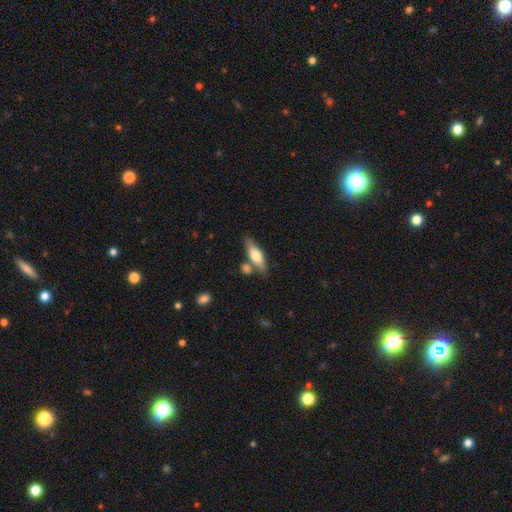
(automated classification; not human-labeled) Q: Smooth or featured?
A: smooth (60%); runner-up: featured or disk (34%)
Q: How rounded?
A: cigar-shaped (49%); runner-up: in between (48%)
Q: Merging?
A: none (68%); runner-up: merger (16%)